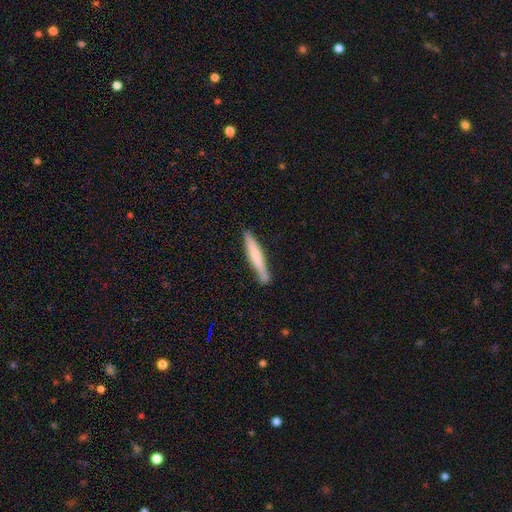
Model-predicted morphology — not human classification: smooth-or-featured: smooth: 59% | featured or disk: 35% | star or artifact: 6%
  how-rounded: cigar-shaped: 94% | in between: 4% | round: 1%
  merging: none: 83% | minor disturbance: 13% | merger: 2% | major disturbance: 2%